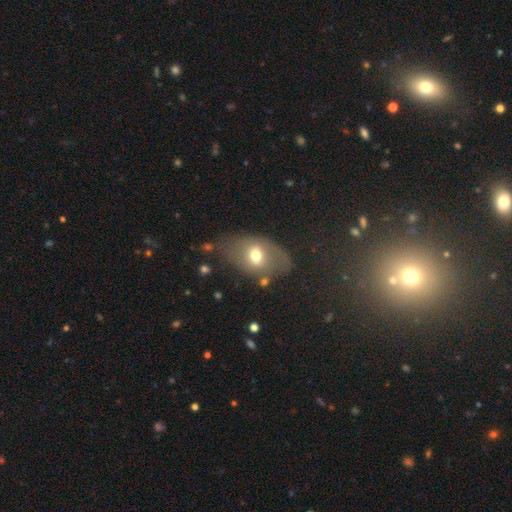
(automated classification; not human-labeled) smooth 60%, featured or disk 30%, star or artifact 10%. Down the decision tree: how rounded — in between (81%); merging — none (56%).